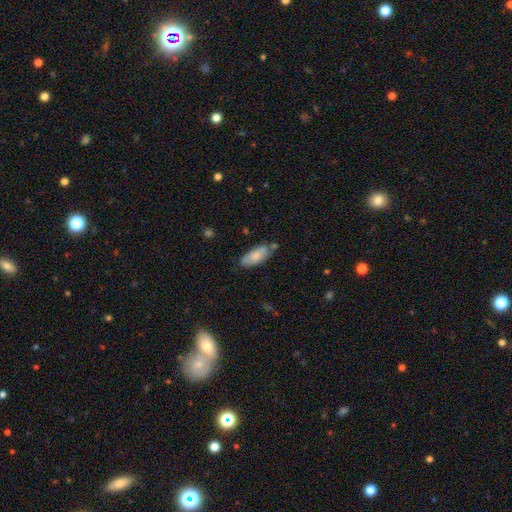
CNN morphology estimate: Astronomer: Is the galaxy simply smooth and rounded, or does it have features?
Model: smooth — 75%.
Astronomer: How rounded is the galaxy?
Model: in between — 82%.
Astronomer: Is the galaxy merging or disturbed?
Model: none — 64%.